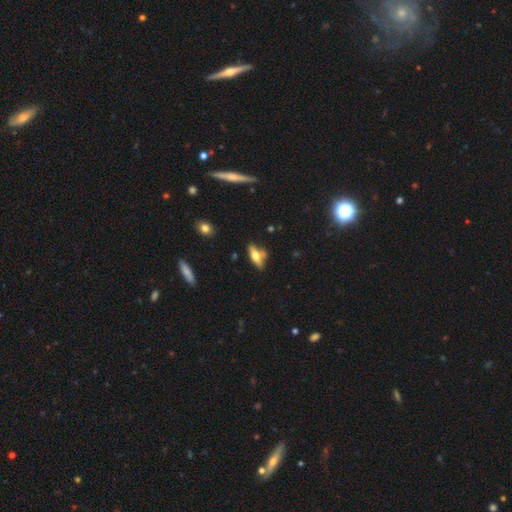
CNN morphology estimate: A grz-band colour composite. It shows a smooth galaxy with no disk features (54%) that is in between round and cigar-shaped (65%). Merging: none (58%).